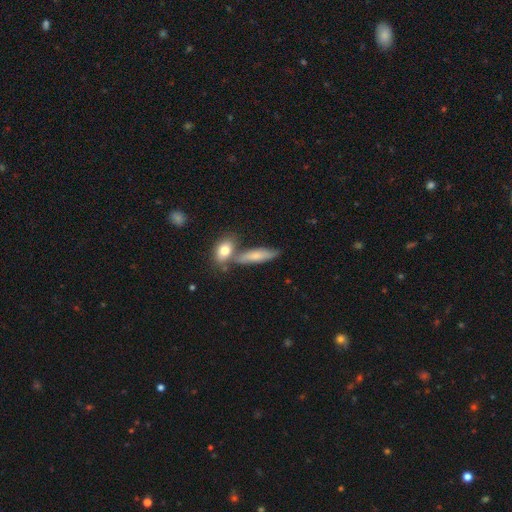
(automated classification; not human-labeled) Smooth or featured? Predicted: smooth (p=0.69). How rounded? Predicted: cigar-shaped (p=0.54). Merging? Predicted: none (p=0.57).